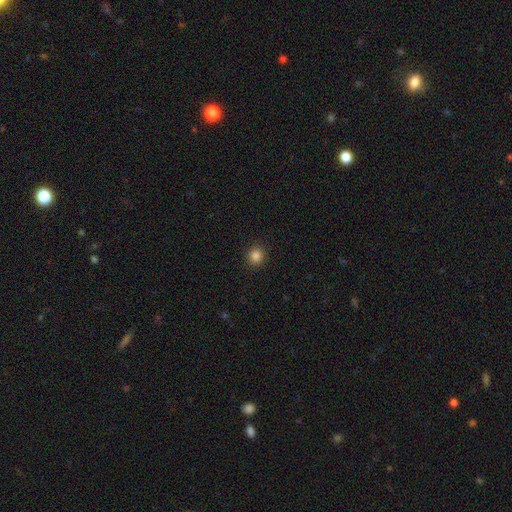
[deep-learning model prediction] Smooth or featured?
  - smooth: 85% *
  - star or artifact: 12%
  - featured or disk: 3%
How rounded?
  - round: 90% *
  - in between: 9%
  - cigar-shaped: 1%
Merging?
  - none: 92% *
  - minor disturbance: 5%
  - major disturbance: 2%
  - merger: 1%